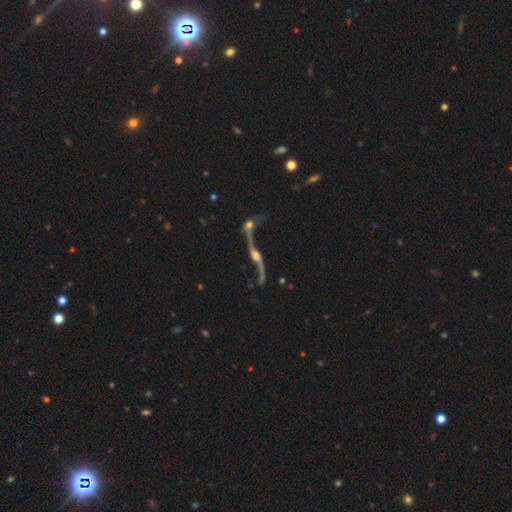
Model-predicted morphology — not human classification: Smooth or featured? featured or disk (88%)
Edge-on disk? no (67%)
Bar? no (57%)
Spiral arms? yes (92%)
Spiral winding? loose (94%)
Spiral arm count? 2 (92%)
Bulge size? moderate (53%)
Merging? merger (41%)